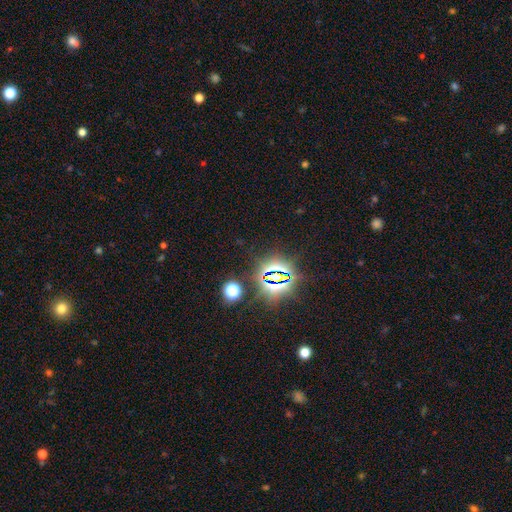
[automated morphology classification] type=star or artifact (83%).